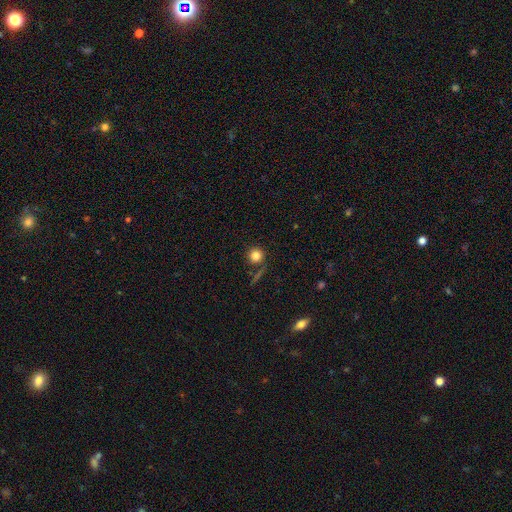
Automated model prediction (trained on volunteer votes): smooth-or-featured: smooth: 81% | star or artifact: 12% | featured or disk: 7%
  how-rounded: round: 94% | in between: 5% | cigar-shaped: 1%
  merging: none: 78% | minor disturbance: 10% | merger: 7% | major disturbance: 5%